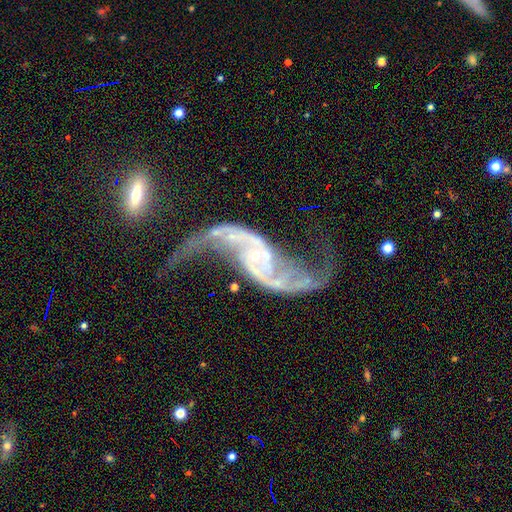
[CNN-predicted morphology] Smooth or featured? Predicted: featured or disk (p=0.93). Edge-on disk? Predicted: no (p=0.96). Bar? Predicted: no (p=0.53). Spiral arms? Predicted: yes (p=0.97). Spiral winding? Predicted: loose (p=0.80). Spiral arm count? Predicted: 2 (p=0.93). Bulge size? Predicted: small (p=0.79). Merging? Predicted: none (p=0.45).